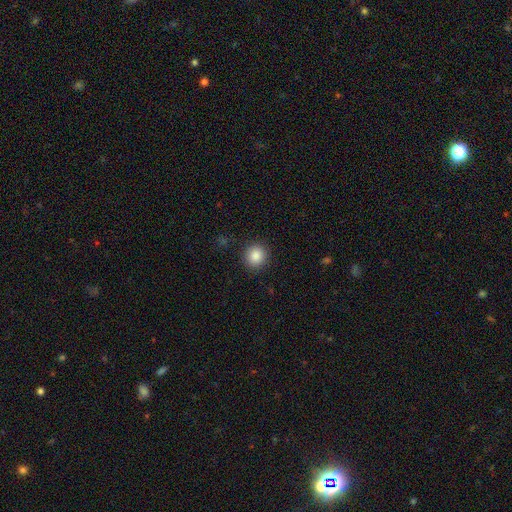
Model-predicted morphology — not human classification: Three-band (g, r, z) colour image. It shows a smooth galaxy with no disk features (86%) that is round (90%). Merging: none (90%).